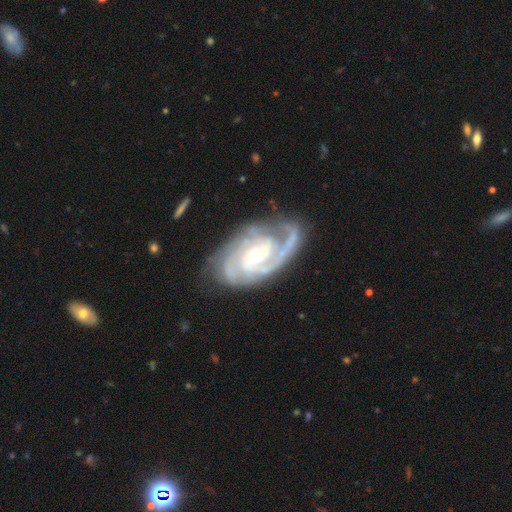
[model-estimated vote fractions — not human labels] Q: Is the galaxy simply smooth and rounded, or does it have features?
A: featured or disk — 91%.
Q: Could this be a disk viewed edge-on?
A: no — 97%.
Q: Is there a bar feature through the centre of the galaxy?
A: no — 61%.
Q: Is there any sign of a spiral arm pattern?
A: yes — 98%.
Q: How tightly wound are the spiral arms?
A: tight — 60%.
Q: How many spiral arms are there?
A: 2 — 33%.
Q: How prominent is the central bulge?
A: small — 65%.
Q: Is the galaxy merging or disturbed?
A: none — 71%.